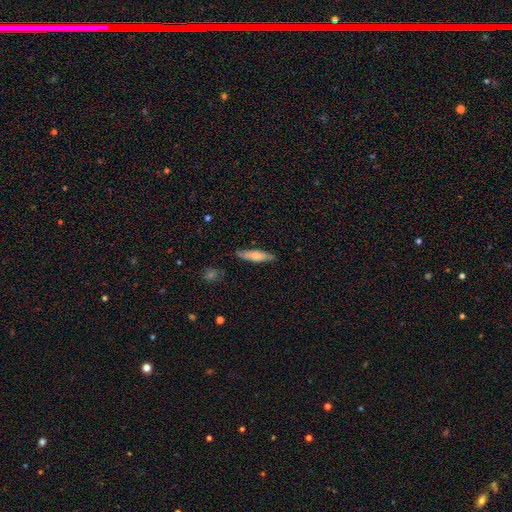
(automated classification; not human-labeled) A smooth galaxy with no disk features (63%) that is cigar-shaped (73%). Merging: none (84%).